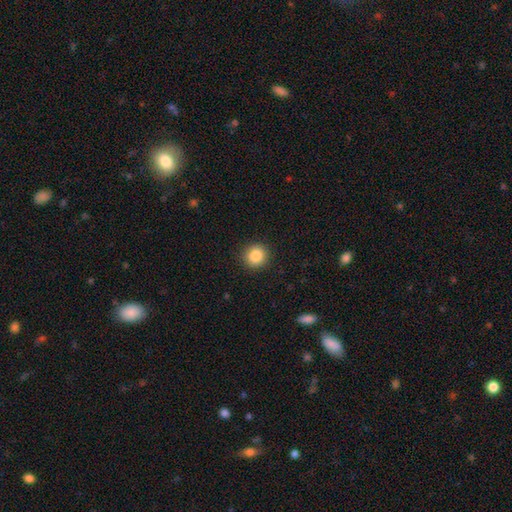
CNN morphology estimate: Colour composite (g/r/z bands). It shows a smooth galaxy with no disk features (86%) that is round (92%). Merging: none (92%).